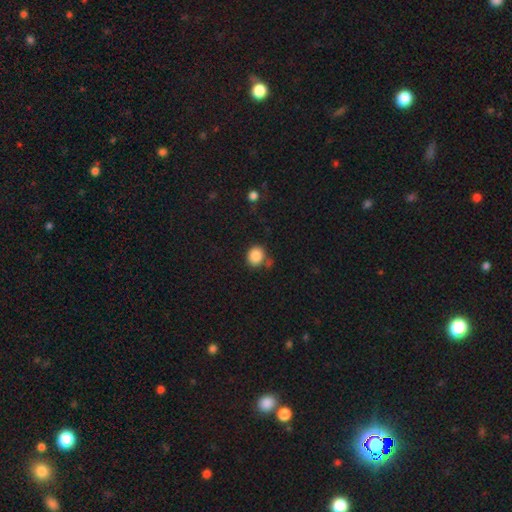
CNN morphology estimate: The model was most divided on "how rounded": round: 74%, in between: 25%, cigar-shaped: 1%. More confident: smooth or featured — smooth (87%); merging — none (70%).